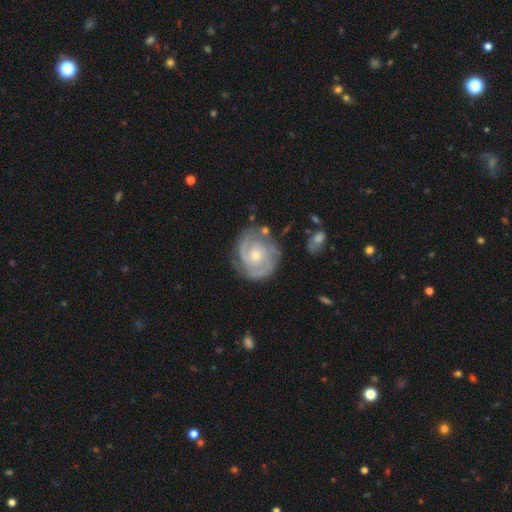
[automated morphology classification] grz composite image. It shows a featured or disk galaxy (85%) with no bar (73%), 2 (45%) tight (58%) spiral arms (96%) and a small central bulge (58%). Merging: none (73%).